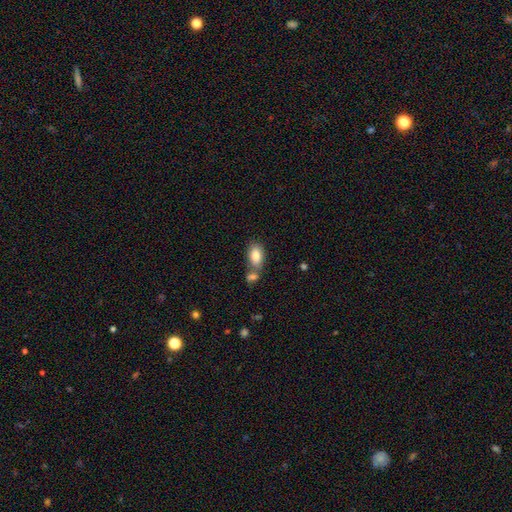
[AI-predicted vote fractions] Smooth or featured? Predicted: smooth (p=0.83). How rounded? Predicted: in between (p=0.91). Merging? Predicted: none (p=0.48).